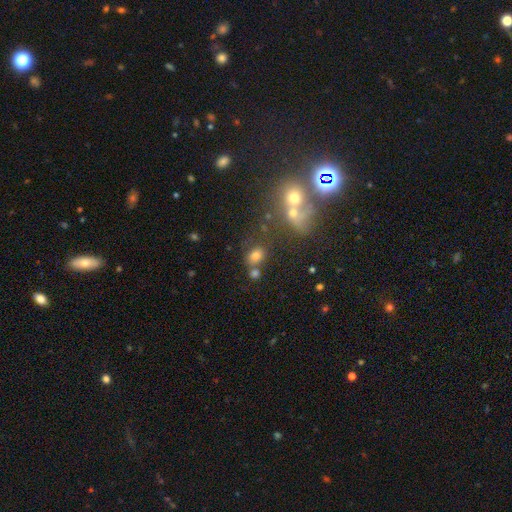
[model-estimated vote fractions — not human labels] Smooth or featured?
  - smooth: 73% *
  - star or artifact: 16%
  - featured or disk: 12%
How rounded?
  - in between: 56% *
  - round: 43%
  - cigar-shaped: 1%
Merging?
  - none: 56% *
  - merger: 25%
  - minor disturbance: 13%
  - major disturbance: 6%